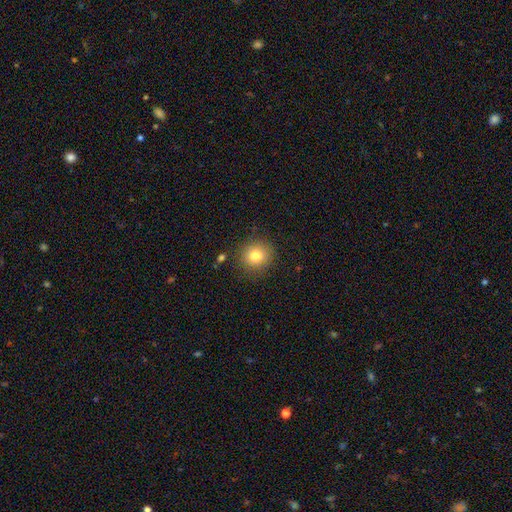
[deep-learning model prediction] Overall: smooth (80%). How rounded: round (88%). Merging: none (87%).